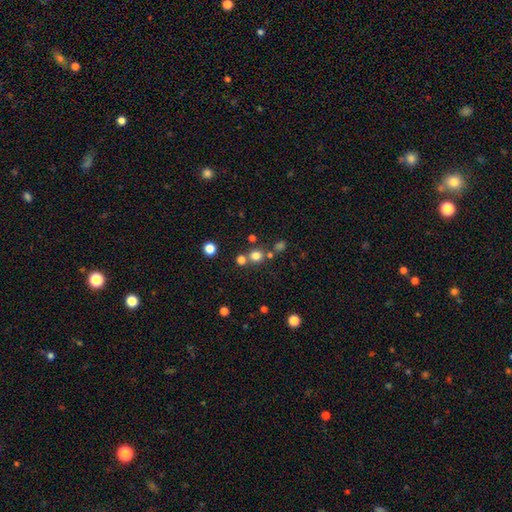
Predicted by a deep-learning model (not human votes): Smooth or featured: smooth — 74% (star or artifact — 18%)
How rounded: round — 88% (in between — 11%)
Merging: none — 68% (merger — 21%)